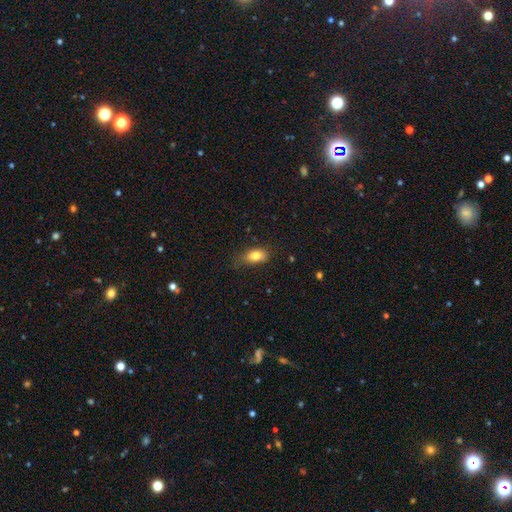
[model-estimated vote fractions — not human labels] Smooth or featured?
  - smooth: 81% *
  - featured or disk: 10%
  - star or artifact: 9%
How rounded?
  - in between: 84% *
  - round: 11%
  - cigar-shaped: 4%
Merging?
  - none: 66% *
  - minor disturbance: 26%
  - major disturbance: 7%
  - merger: 2%